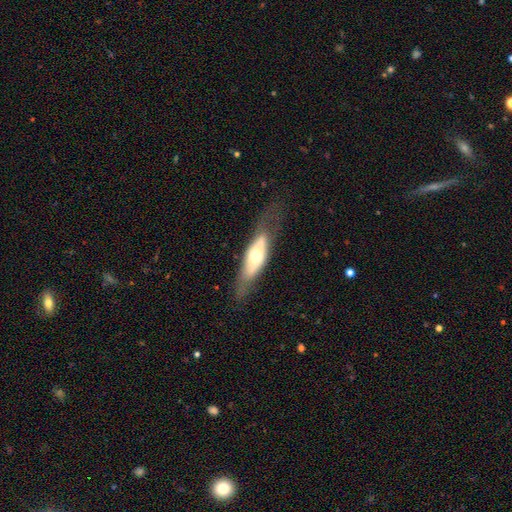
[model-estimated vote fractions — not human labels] Smooth or featured: featured or disk — 54% (smooth — 40%)
Edge-on disk: no — 60% (yes — 40%)
Merging: none — 60% (minor disturbance — 22%)